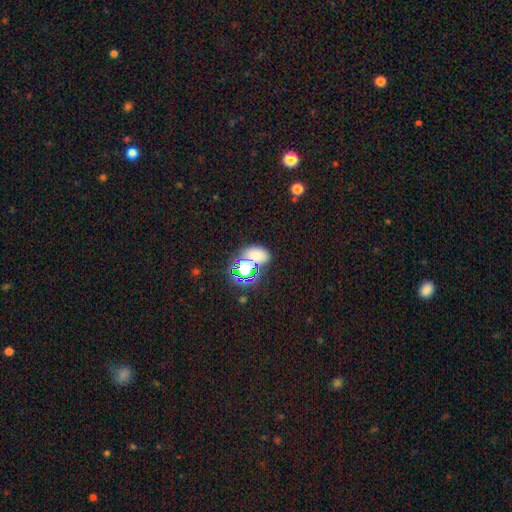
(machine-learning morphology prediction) A smooth galaxy with no disk features (62%) that is in between round and cigar-shaped (76%). Merging: none (59%).